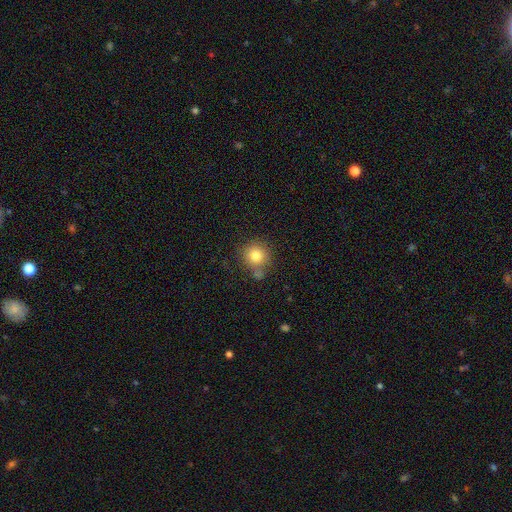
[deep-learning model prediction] A smooth galaxy with no disk features (80%) that is round (89%). Merging: none (67%).